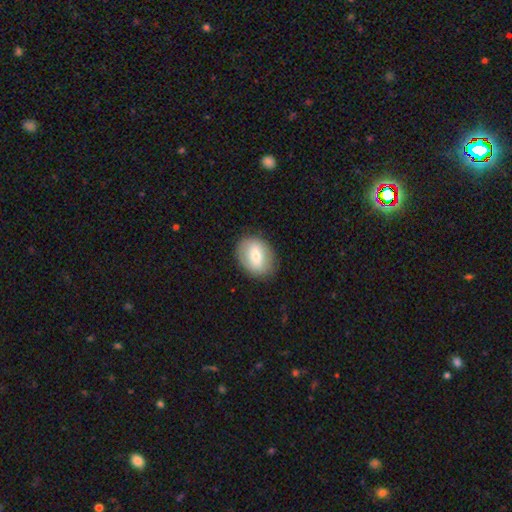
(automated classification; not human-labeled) This is likely a smooth galaxy (67%). How rounded: likely in between (66%). Merging: clearly none (85%).